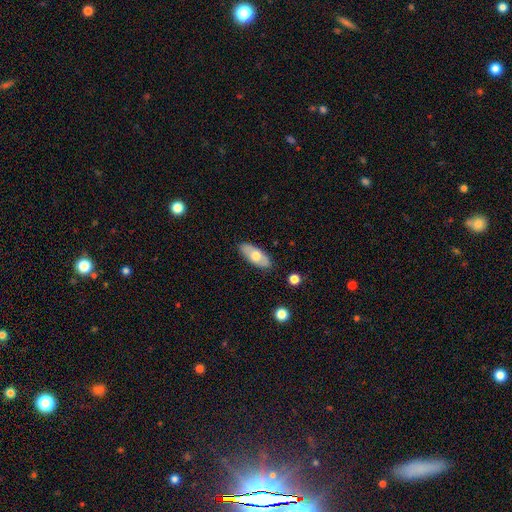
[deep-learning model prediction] A smooth galaxy with no disk features (61%) that is in between round and cigar-shaped (86%). Merging: none (85%).